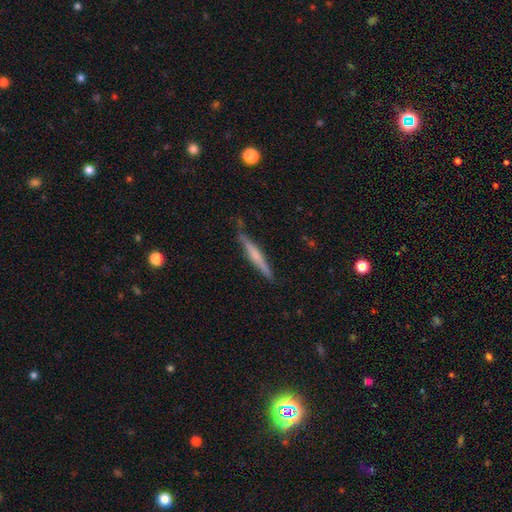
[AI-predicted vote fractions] Smooth or featured: featured or disk — 52% (smooth — 42%)
Edge-on disk: yes — 97% (no — 3%)
Merging: none — 84% (minor disturbance — 12%)